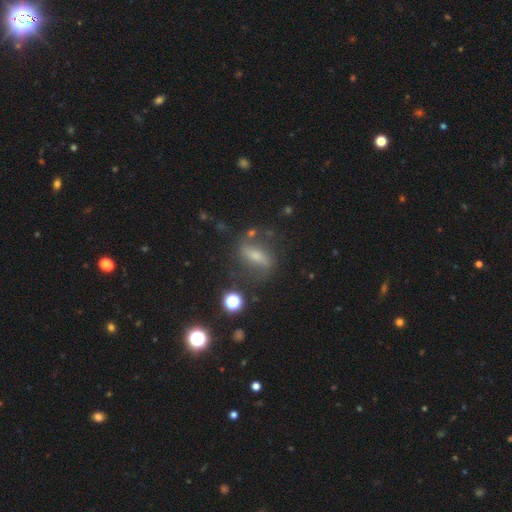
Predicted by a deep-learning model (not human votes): This appears to be a featured or disk galaxy (50%). Merging: none (69%).